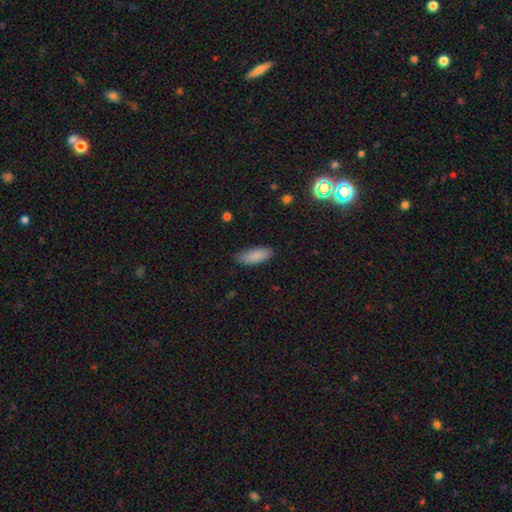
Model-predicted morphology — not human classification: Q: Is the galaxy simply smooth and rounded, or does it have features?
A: smooth — 88%.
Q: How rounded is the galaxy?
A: in between — 75%.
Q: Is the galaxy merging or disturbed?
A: none — 78%.